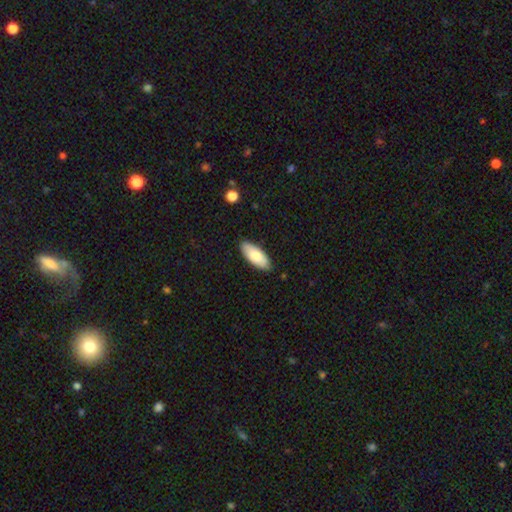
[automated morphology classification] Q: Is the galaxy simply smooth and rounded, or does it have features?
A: smooth — 81%.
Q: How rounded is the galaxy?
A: in between — 83%.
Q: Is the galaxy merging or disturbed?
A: none — 88%.